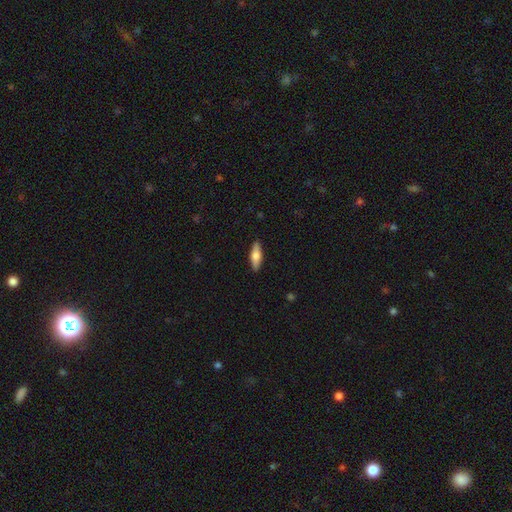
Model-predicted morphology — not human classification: Smooth or featured? smooth (59%)
How rounded? cigar-shaped (51%)
Merging? none (90%)